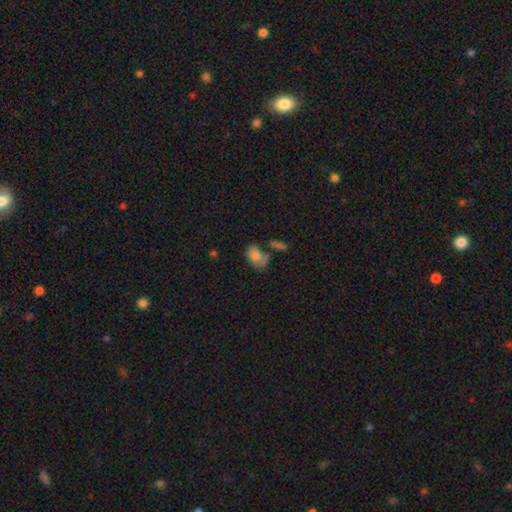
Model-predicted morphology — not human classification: This is likely a smooth galaxy (78%). How rounded: clearly in between (85%). Merging: marginally none (43%).